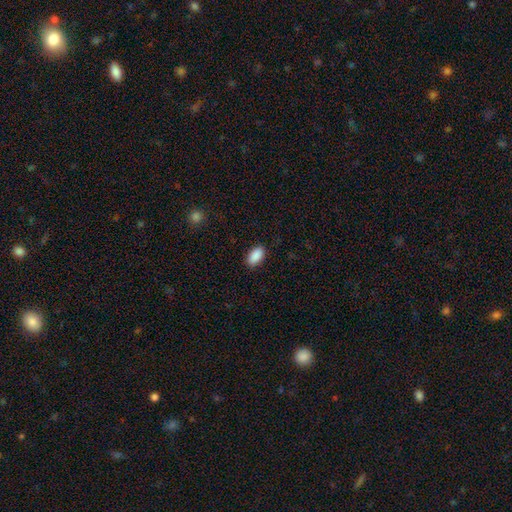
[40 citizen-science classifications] smooth 90%, star or artifact 10%, featured or disk 0%. Down the decision tree: how rounded — in between (92%); merging — none (89%).